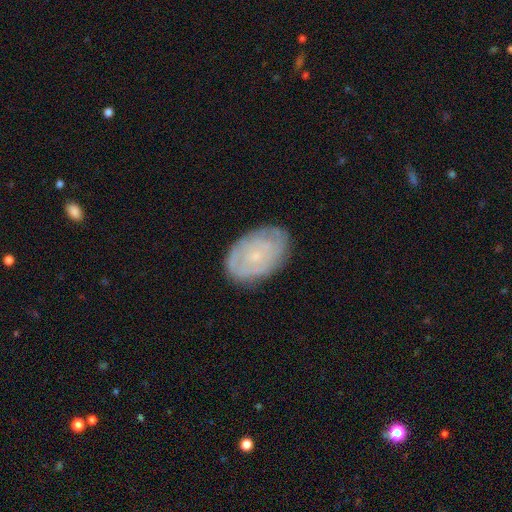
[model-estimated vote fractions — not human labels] Q: Smooth or featured?
A: featured or disk (59%); runner-up: smooth (34%)
Q: Edge-on disk?
A: no (96%); runner-up: yes (4%)
Q: Bar?
A: no (80%); runner-up: weak (17%)
Q: Spiral arms?
A: yes (72%); runner-up: no (28%)
Q: Bulge size?
A: small (77%); runner-up: moderate (14%)
Q: Merging?
A: none (79%); runner-up: minor disturbance (16%)